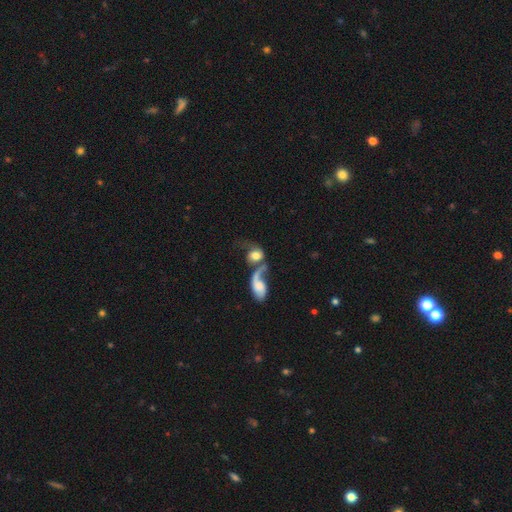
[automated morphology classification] smooth-or-featured: smooth: 47% | featured or disk: 44% | star or artifact: 9%
  merging: merger: 68% | major disturbance: 14% | none: 12% | minor disturbance: 6%